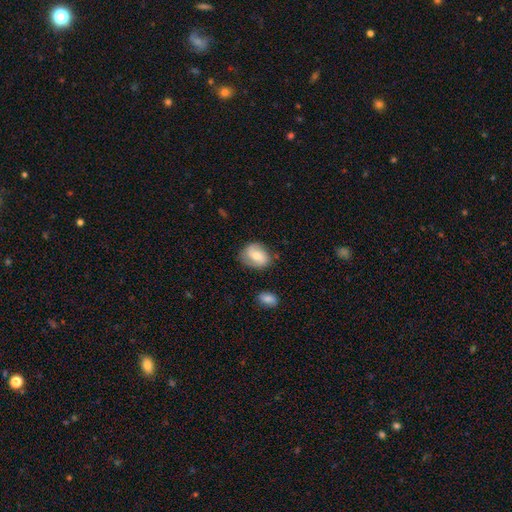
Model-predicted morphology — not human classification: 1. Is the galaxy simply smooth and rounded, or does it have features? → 47% smooth, 46% featured or disk, 7% star or artifact.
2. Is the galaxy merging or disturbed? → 74% none, 18% minor disturbance, 5% major disturbance, 3% merger.